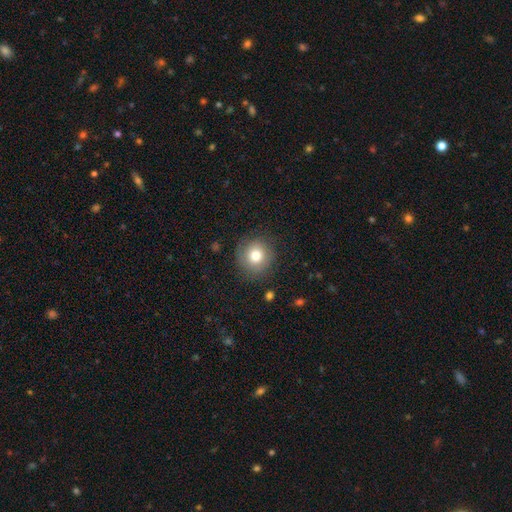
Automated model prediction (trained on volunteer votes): Smooth or featured: smooth — 76% (featured or disk — 14%)
How rounded: round — 91% (in between — 8%)
Merging: none — 83% (minor disturbance — 11%)